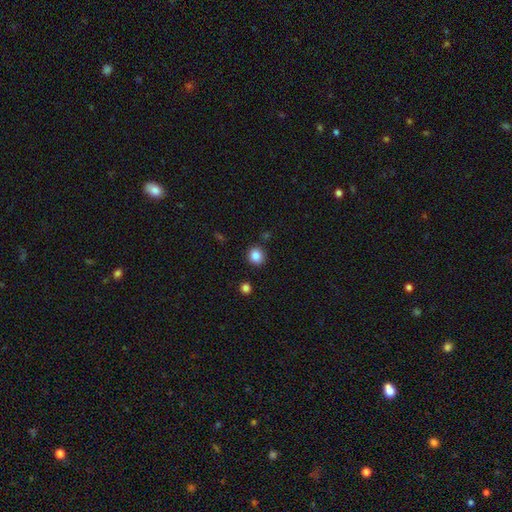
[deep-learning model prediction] Q: Smooth or featured?
A: smooth (86%); runner-up: star or artifact (10%)
Q: How rounded?
A: round (86%); runner-up: in between (13%)
Q: Merging?
A: none (87%); runner-up: minor disturbance (7%)